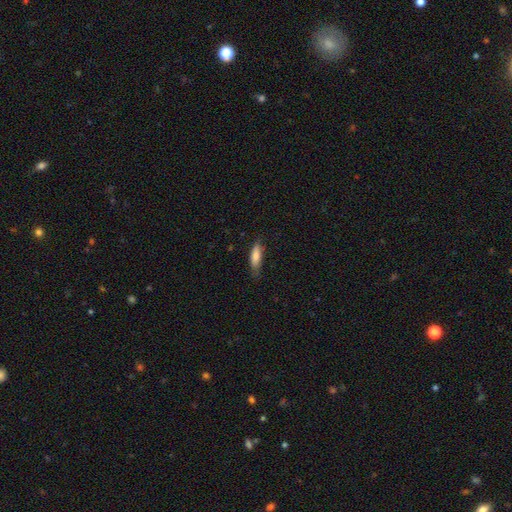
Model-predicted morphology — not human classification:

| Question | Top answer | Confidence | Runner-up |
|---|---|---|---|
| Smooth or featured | smooth | 79% | featured or disk (14%) |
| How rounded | cigar-shaped | 52% | in between (46%) |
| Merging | none | 70% | minor disturbance (24%) |